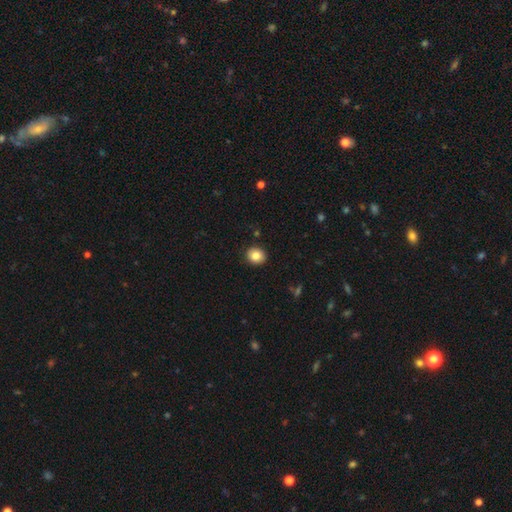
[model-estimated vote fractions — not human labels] Overall: smooth (83%). How rounded: round (72%). Merging: none (91%).